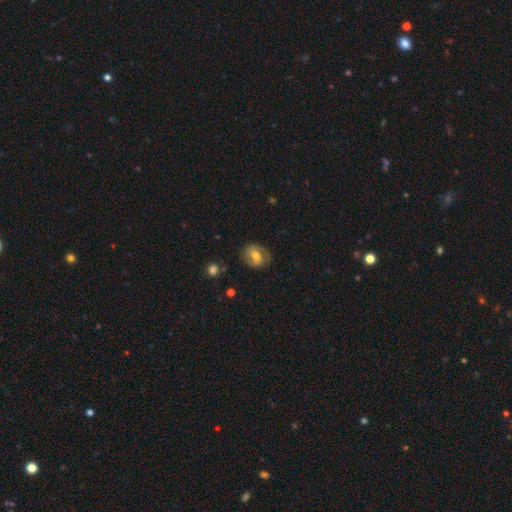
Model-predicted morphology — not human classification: This is possibly a featured or disk galaxy (49%). Merging: likely none (76%).